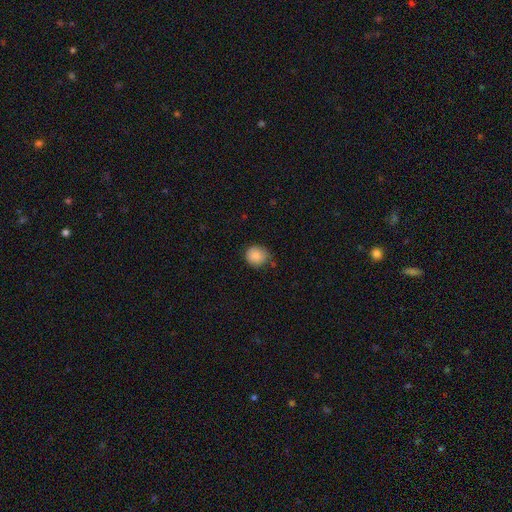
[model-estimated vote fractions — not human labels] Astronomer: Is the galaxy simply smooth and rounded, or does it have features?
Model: smooth — 86%.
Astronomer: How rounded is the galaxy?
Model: round — 85%.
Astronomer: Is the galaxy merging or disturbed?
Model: none — 74%.